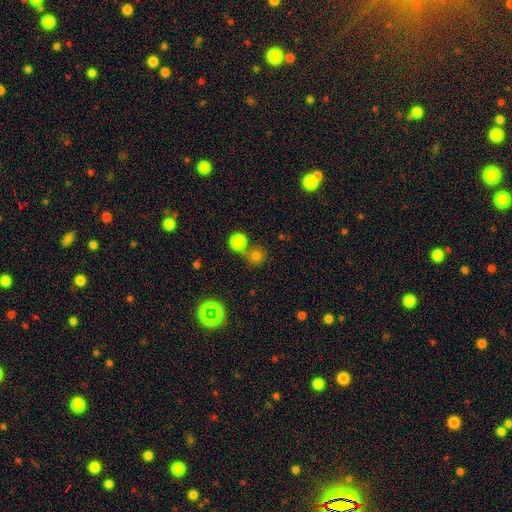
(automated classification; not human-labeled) A smooth galaxy with no disk features (75%) that is round (87%).

Vote fractions:
- Smooth or featured? smooth: 75% / star or artifact: 17% / featured or disk: 8%
- How rounded? round: 87% / in between: 12% / cigar-shaped: 1%
- Merging? none: 54% / merger: 35% / minor disturbance: 8% / major disturbance: 4%